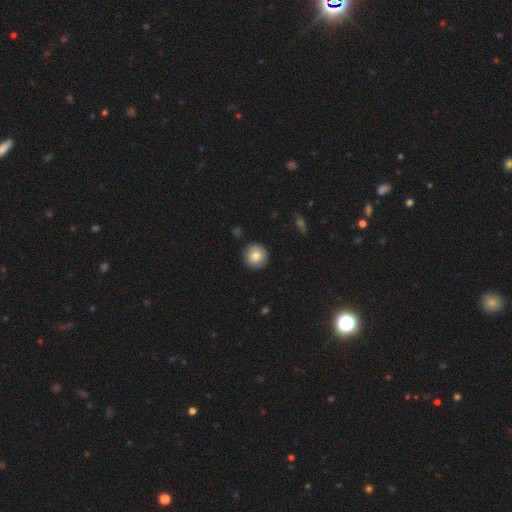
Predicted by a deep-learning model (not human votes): Smooth or featured? smooth (81%)
How rounded? round (94%)
Merging? none (90%)